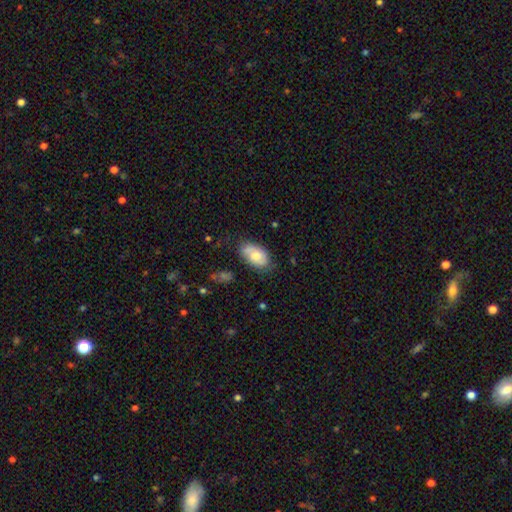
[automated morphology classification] Smooth or featured? smooth (71%)
How rounded? in between (92%)
Merging? none (64%)